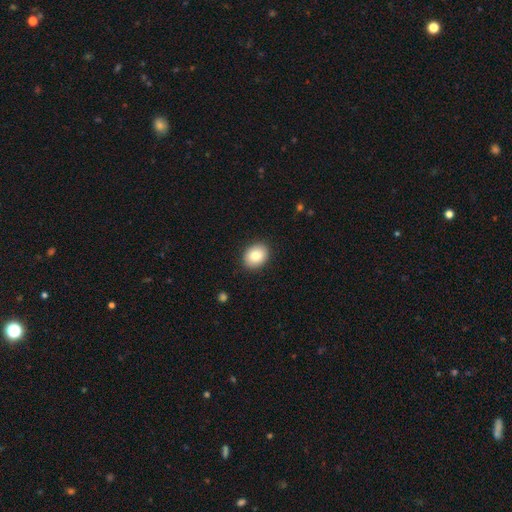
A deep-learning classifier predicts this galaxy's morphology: The model was most divided on "how rounded": in between: 56%, round: 44%, cigar-shaped: 1%. More confident: merging — none (89%); smooth or featured — smooth (84%).